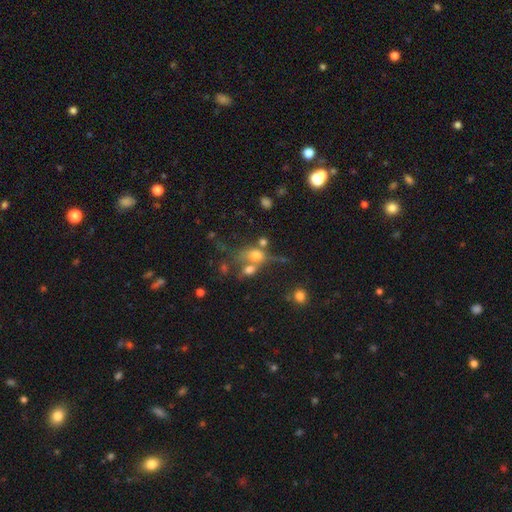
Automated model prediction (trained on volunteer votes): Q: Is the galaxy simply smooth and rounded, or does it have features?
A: smooth — 57%.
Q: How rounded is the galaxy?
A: in between — 58%.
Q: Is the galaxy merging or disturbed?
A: merger — 44%.